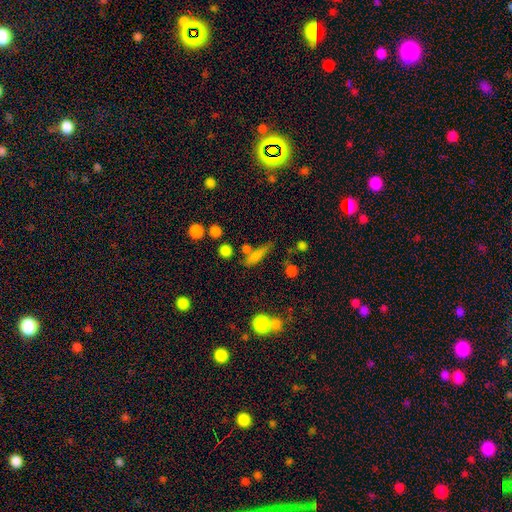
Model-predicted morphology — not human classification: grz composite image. It shows a smooth galaxy with no disk features (71%) that is cigar-shaped (64%). Merging: none (60%).